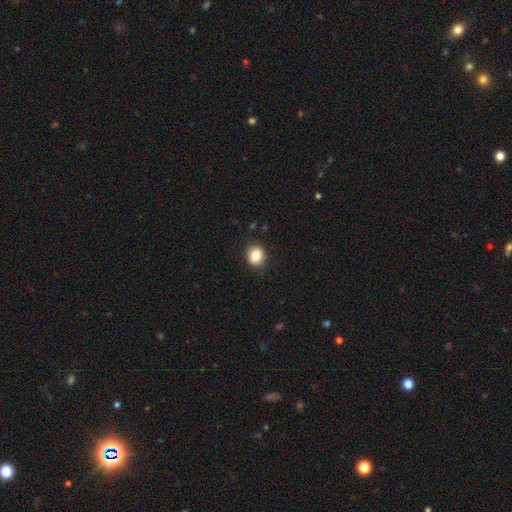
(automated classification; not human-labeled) Smooth or featured? smooth (84%)
How rounded? round (84%)
Merging? none (90%)